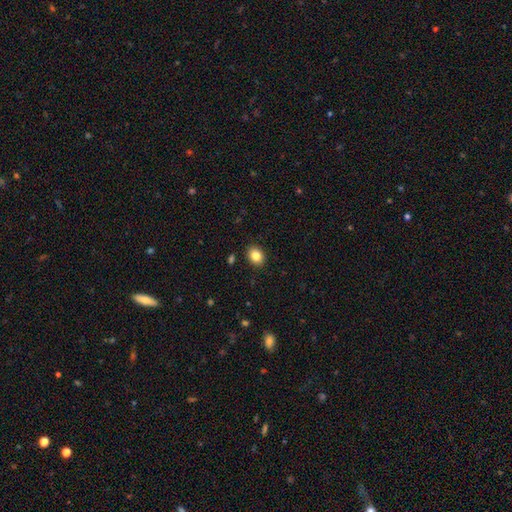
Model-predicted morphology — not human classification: type=smooth (84%); roundness=in between (57%); merging=none (90%).